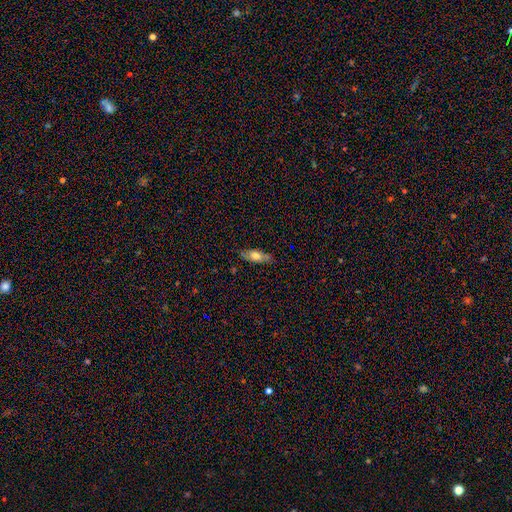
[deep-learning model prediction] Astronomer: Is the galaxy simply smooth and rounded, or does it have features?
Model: smooth — 64%.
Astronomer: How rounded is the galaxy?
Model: in between — 69%.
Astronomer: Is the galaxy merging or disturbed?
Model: none — 81%.